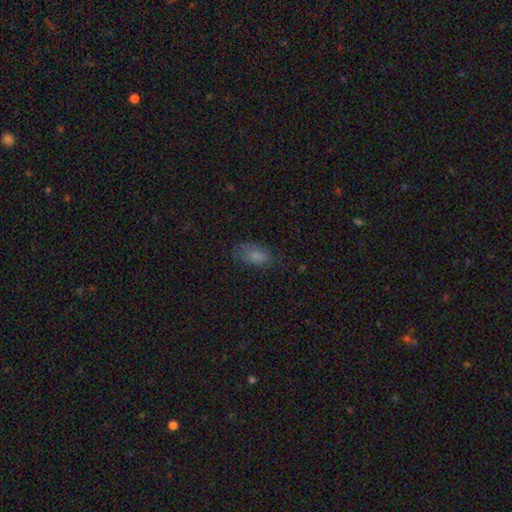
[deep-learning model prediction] Smooth or featured? Predicted: smooth (p=0.78). How rounded? Predicted: in between (p=0.91). Merging? Predicted: none (p=0.64).